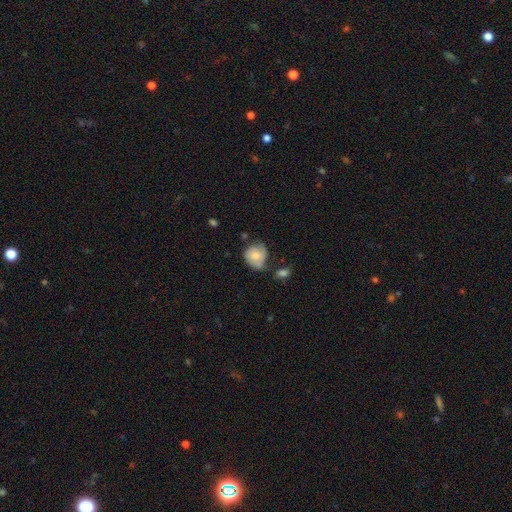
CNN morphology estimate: Smooth or featured?
  - smooth: 68% *
  - featured or disk: 25%
  - star or artifact: 8%
How rounded?
  - round: 73% *
  - in between: 26%
  - cigar-shaped: 1%
Merging?
  - none: 44% *
  - minor disturbance: 33%
  - major disturbance: 12%
  - merger: 12%